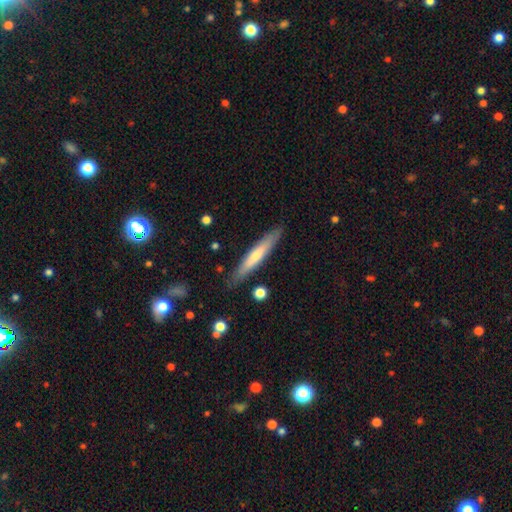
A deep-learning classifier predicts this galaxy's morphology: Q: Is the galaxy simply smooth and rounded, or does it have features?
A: featured or disk — 47%.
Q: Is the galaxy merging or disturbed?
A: none — 87%.